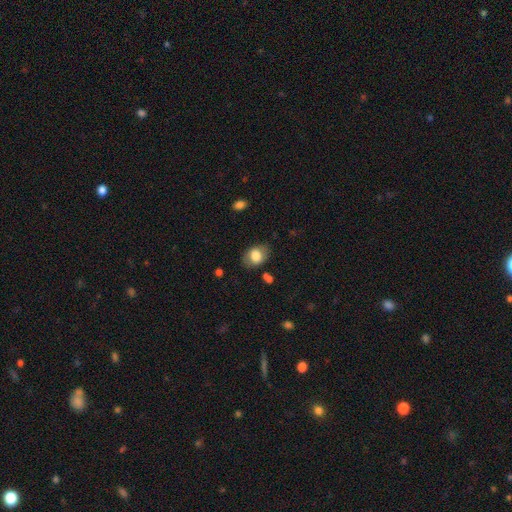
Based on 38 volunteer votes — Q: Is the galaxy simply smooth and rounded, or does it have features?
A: smooth — 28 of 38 (74%).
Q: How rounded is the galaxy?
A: in between — 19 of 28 (68%).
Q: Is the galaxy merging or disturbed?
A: none — 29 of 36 (81%).